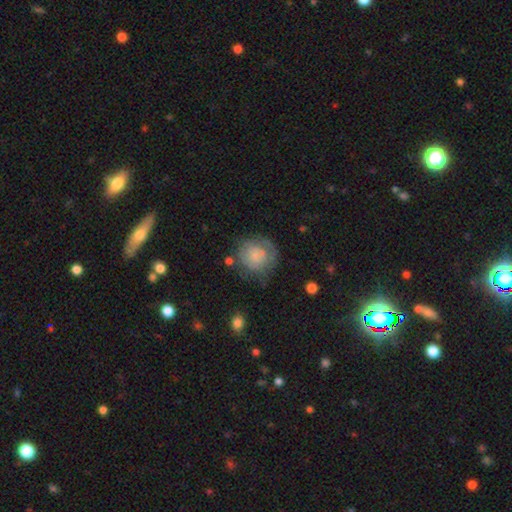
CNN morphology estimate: The model was most divided on "smooth or featured": smooth: 56%, featured or disk: 36%, star or artifact: 8%. More confident: how rounded — round (86%); merging — none (56%).